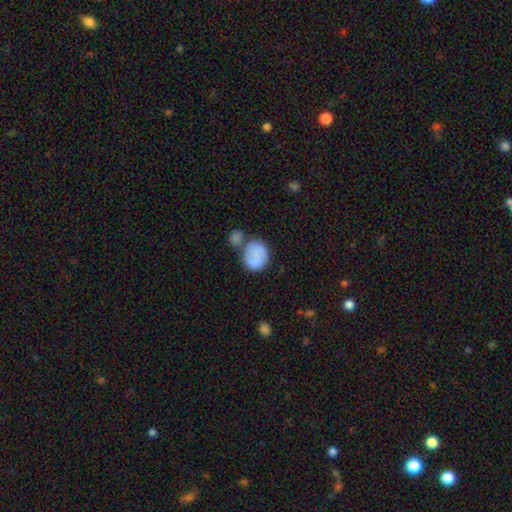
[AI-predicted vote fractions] Smooth or featured? Predicted: smooth (p=0.77). How rounded? Predicted: round (p=0.67). Merging? Predicted: merger (p=0.37).